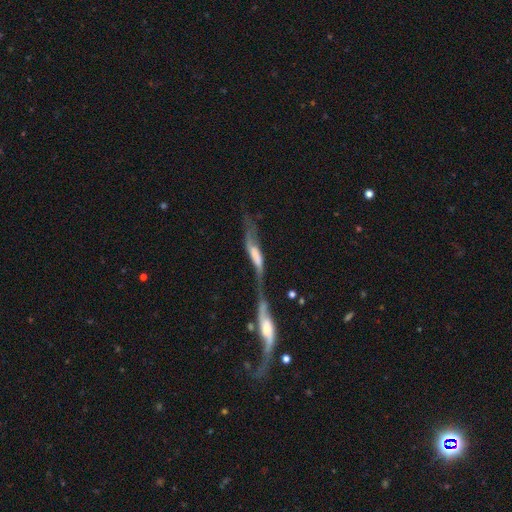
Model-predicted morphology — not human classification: Q: Smooth or featured?
A: featured or disk (58%); runner-up: smooth (34%)
Q: Edge-on disk?
A: no (64%); runner-up: yes (36%)
Q: Merging?
A: merger (66%); runner-up: major disturbance (17%)